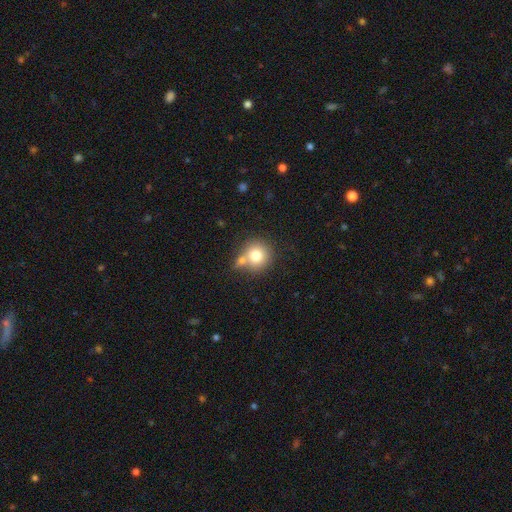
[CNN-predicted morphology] Smooth or featured: smooth — 77% (featured or disk — 13%)
How rounded: round — 88% (in between — 11%)
Merging: none — 54% (merger — 31%)